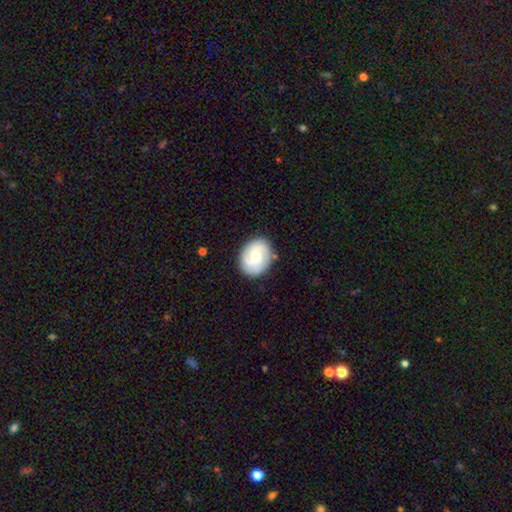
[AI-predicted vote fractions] A featured or disk galaxy (73%) with no bar (56%), 2 (48%) tight (46%) spiral arms (95%) and a moderate central bulge (47%). Merging: none (82%).